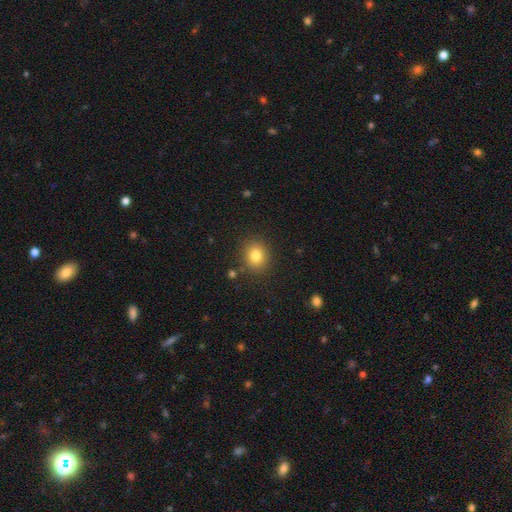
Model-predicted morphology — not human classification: Smooth or featured? Predicted: smooth (p=0.81). How rounded? Predicted: round (p=0.67). Merging? Predicted: none (p=0.86).